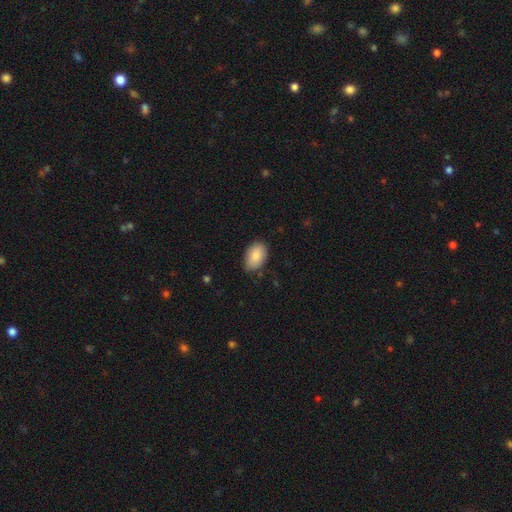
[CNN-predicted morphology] Smooth or featured? smooth (85%)
How rounded? in between (90%)
Merging? none (78%)